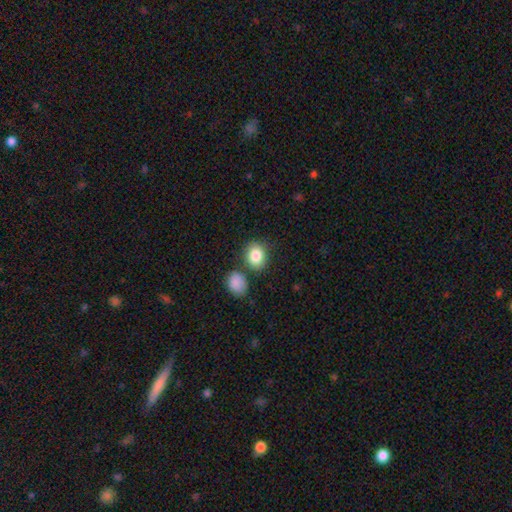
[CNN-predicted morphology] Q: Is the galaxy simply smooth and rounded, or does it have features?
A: smooth — 85%.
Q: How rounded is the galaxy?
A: round — 56%.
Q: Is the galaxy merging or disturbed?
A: none — 72%.